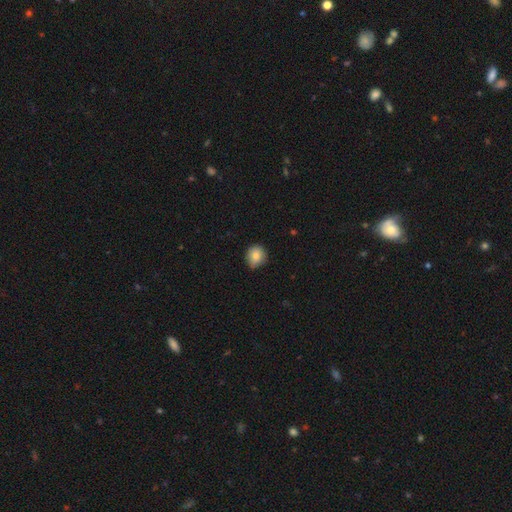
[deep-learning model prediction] Smooth or featured?
  - smooth: 83% *
  - star or artifact: 9%
  - featured or disk: 8%
How rounded?
  - round: 76% *
  - in between: 23%
  - cigar-shaped: 1%
Merging?
  - none: 69% *
  - minor disturbance: 27%
  - major disturbance: 3%
  - merger: 1%